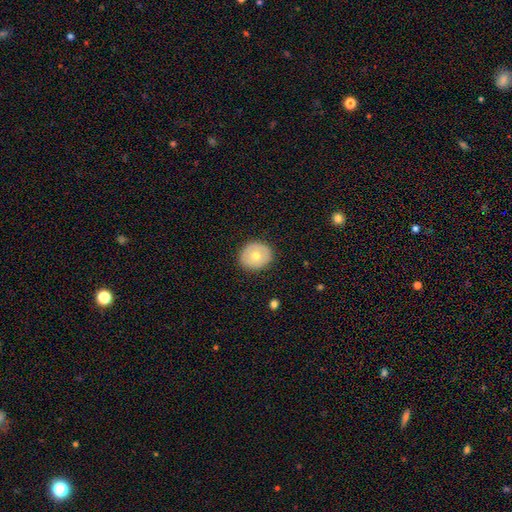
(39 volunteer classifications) Q: Smooth or featured?
A: smooth (54%); runner-up: featured or disk (36%)
Q: How rounded?
A: round (71%); runner-up: in between (29%)
Q: Merging?
A: none (91%); runner-up: minor disturbance (6%)